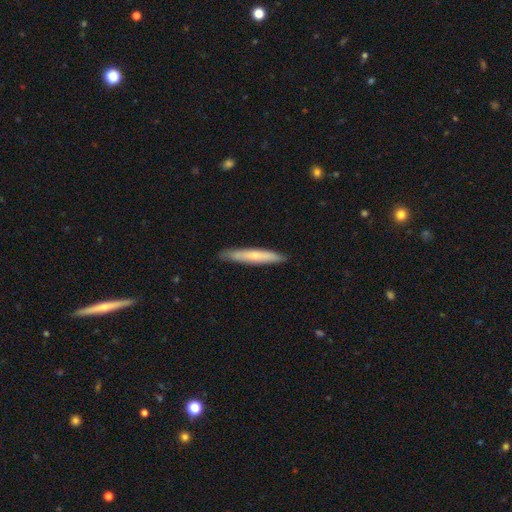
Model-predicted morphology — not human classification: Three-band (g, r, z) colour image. It shows a smooth galaxy with no disk features (61%) that is cigar-shaped (94%). Merging: none (87%).